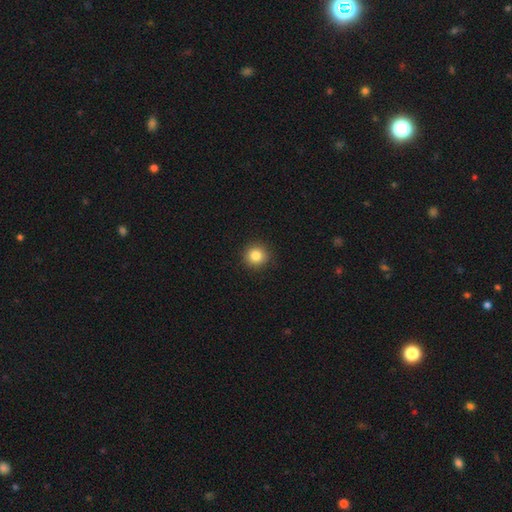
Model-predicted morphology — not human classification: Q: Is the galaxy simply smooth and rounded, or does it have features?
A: smooth — 84%.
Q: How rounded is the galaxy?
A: round — 93%.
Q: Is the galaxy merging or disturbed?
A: none — 91%.